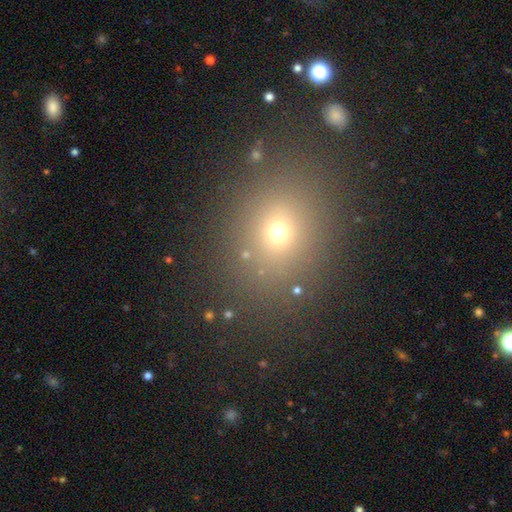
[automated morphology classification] A smooth galaxy with no disk features (60%) that is round (61%). Merging: none (87%).